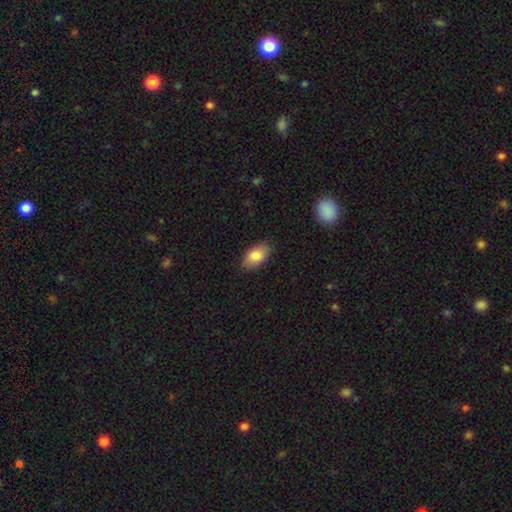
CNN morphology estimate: Smooth or featured? smooth (85%)
How rounded? in between (93%)
Merging? none (84%)